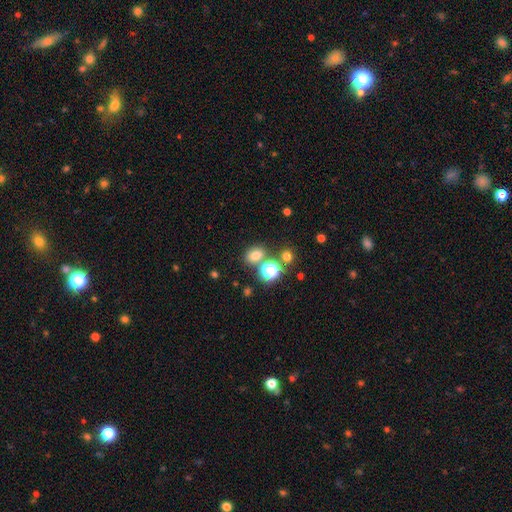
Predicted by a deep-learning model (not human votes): Overall: smooth (71%). How rounded: in between (55%; round 44%). Merging: none (68%).